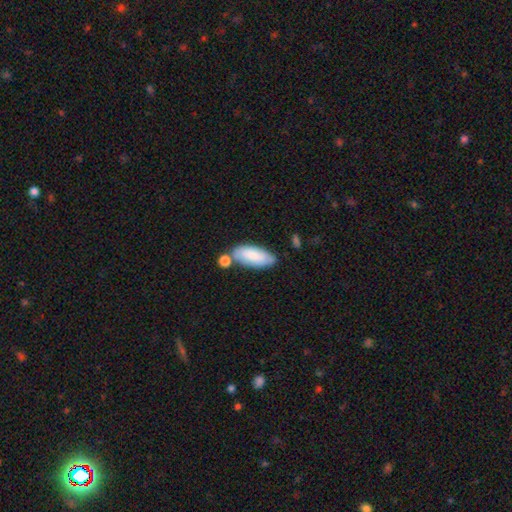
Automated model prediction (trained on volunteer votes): smooth-or-featured: smooth: 78% | featured or disk: 16% | star or artifact: 6%
  how-rounded: in between: 84% | cigar-shaped: 14% | round: 2%
  merging: none: 60% | minor disturbance: 18% | merger: 18% | major disturbance: 5%